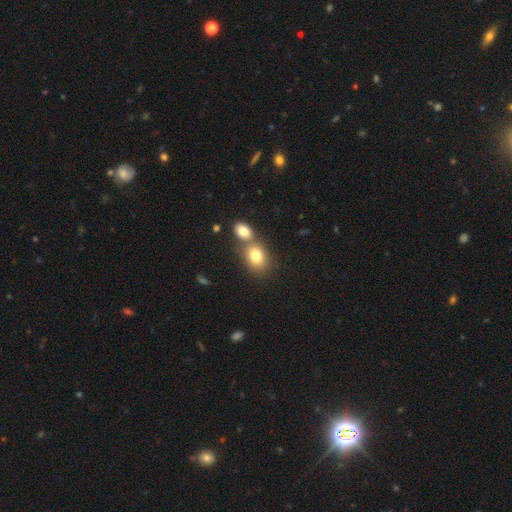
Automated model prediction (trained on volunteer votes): Smooth or featured? smooth (80%)
How rounded? in between (61%)
Merging? merger (47%)